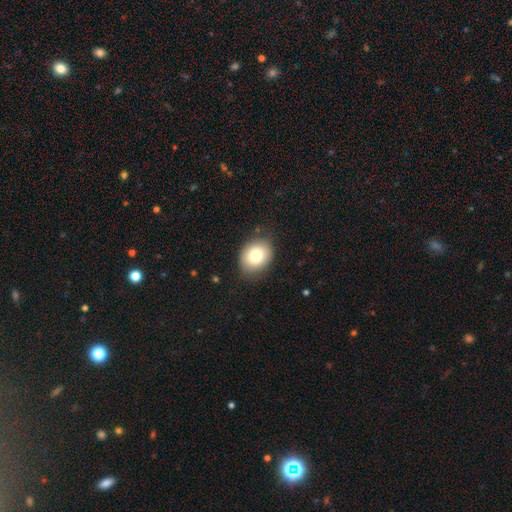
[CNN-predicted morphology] A smooth galaxy with no disk features (79%) that is in between round and cigar-shaped (51%). Merging: none (82%).